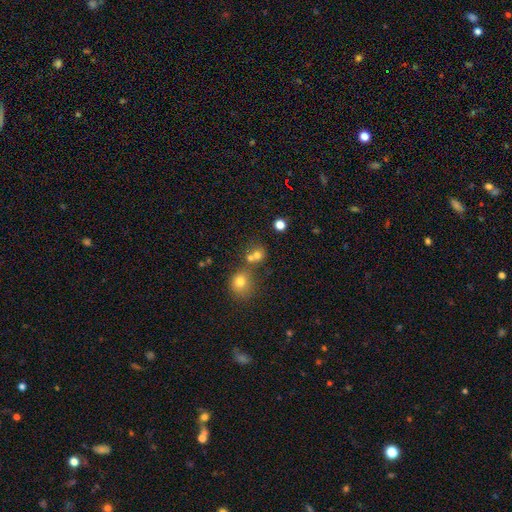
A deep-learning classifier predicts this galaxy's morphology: smooth 71%, star or artifact 17%, featured or disk 12%. Down the decision tree: how rounded — round (81%); merging — none (48%).